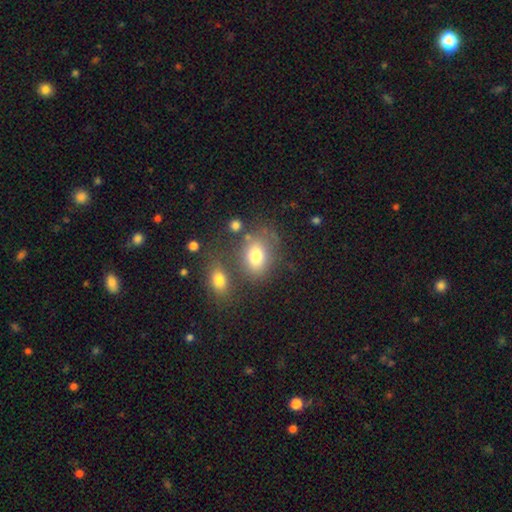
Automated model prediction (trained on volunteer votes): smooth 76%, featured or disk 12%, star or artifact 11%. Down the decision tree: how rounded — in between (64%); merging — none (60%).